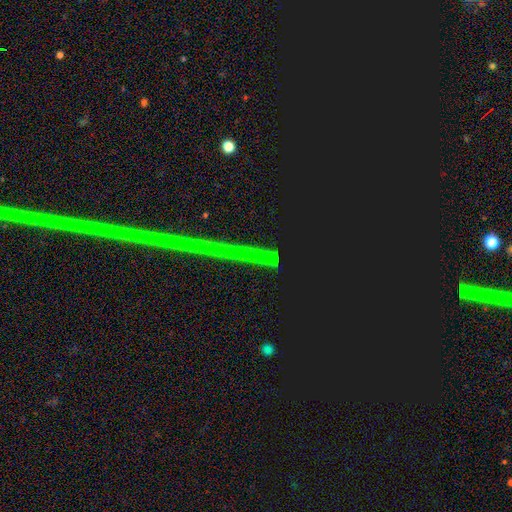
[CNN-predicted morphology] smooth_or_featured: star or artifact (p=0.87) [alt: featured or disk p=0.07]